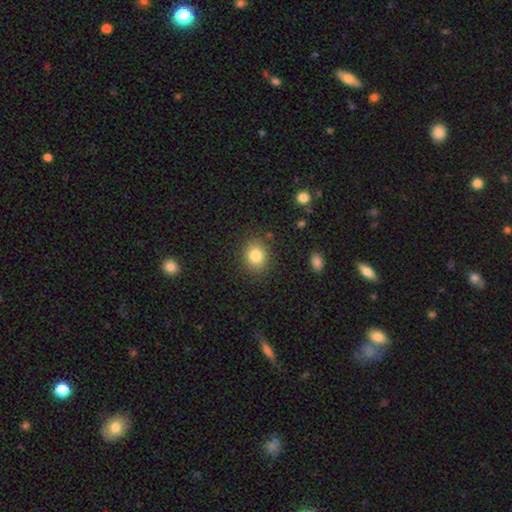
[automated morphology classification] Overall: smooth (83%). How rounded: round (64%; in between 35%). Merging: none (86%).